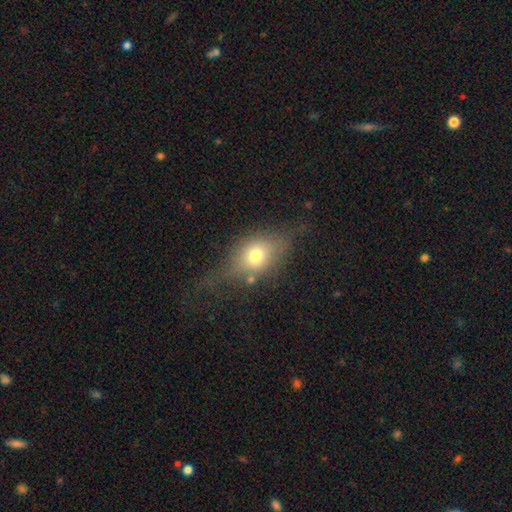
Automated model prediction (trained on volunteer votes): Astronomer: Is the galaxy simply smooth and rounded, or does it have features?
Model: smooth — 55% (runner-up: featured or disk, 32%).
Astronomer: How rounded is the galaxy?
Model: in between — 58% (runner-up: round, 35%).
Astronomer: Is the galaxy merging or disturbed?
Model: none — 52%.